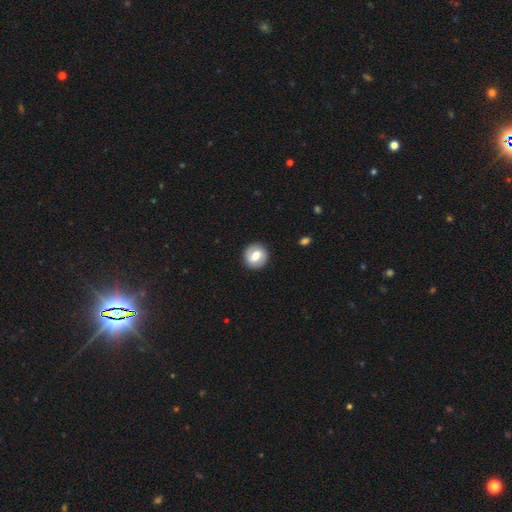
A featured or disk galaxy (56%) with no bar (36%), 2 (75%) medium (50%) spiral arms (55%) and a moderate central bulge (73%).

Vote fractions:
- Smooth or featured? featured or disk: 56% / smooth: 36% / star or artifact: 8%
- Edge-on disk? no: 100% / yes: 0%
- Bar? no: 36% / strong: 32% / weak: 32%
- Spiral arms? yes: 55% / no: 45%
- Spiral winding? medium: 50% / tight: 33% / loose: 17%
- Spiral arm count? 2: 75% / 1: 17% / can't tell: 8% / 3: 0% / 4: 0% / more than 4: 0%
- Bulge size? moderate: 73% / large: 18% / small: 9% / dominant: 0% / none: 0%
- Merging? none: 86% / minor disturbance: 11% / major disturbance: 3% / merger: 0%